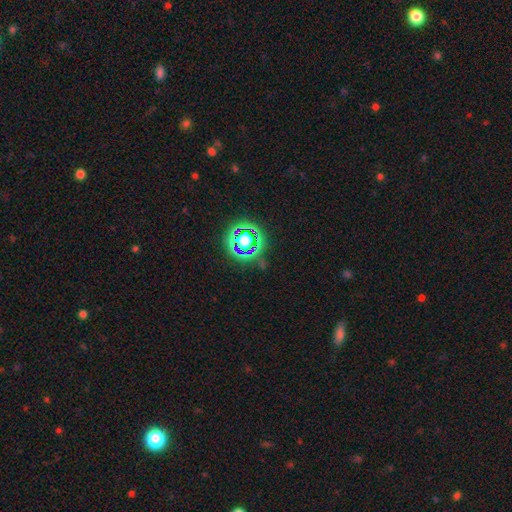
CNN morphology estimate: Q: Smooth or featured?
A: star or artifact (77%); runner-up: smooth (14%)